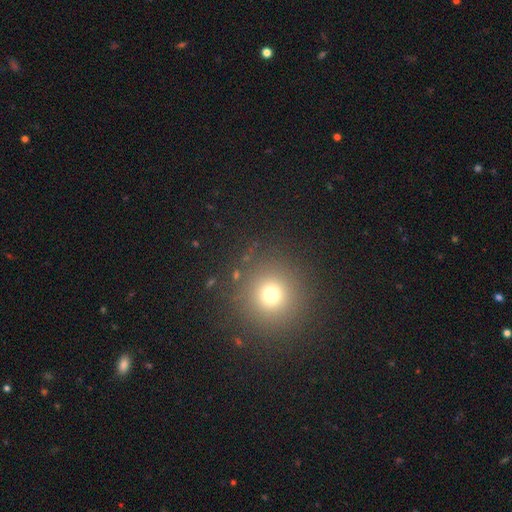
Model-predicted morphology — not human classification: smooth_or_featured: smooth (p=0.63) [alt: star or artifact p=0.30]
how_rounded: round (p=0.95) [alt: in between p=0.04]
merging: none (p=0.90) [alt: minor disturbance p=0.05]